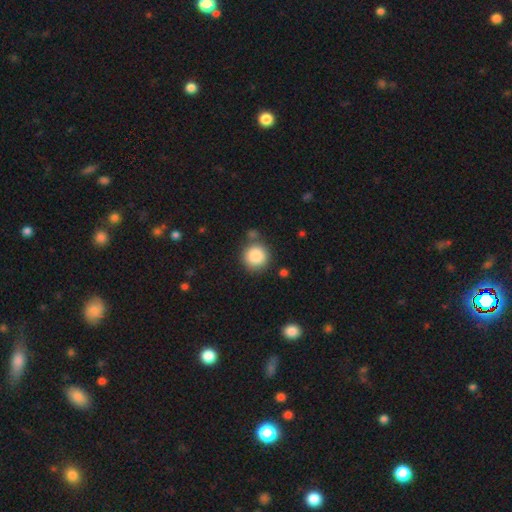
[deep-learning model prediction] smooth_or_featured: smooth (p=0.87) [alt: star or artifact p=0.09]
how_rounded: round (p=0.93) [alt: in between p=0.06]
merging: none (p=0.77) [alt: minor disturbance p=0.11]